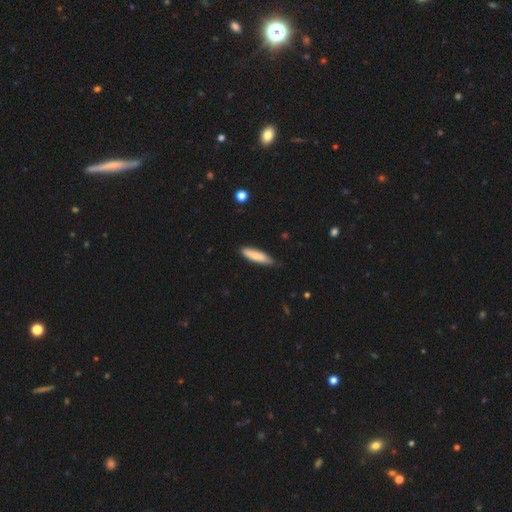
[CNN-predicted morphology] A smooth galaxy with no disk features (75%) that is cigar-shaped (73%). Merging: none (76%).